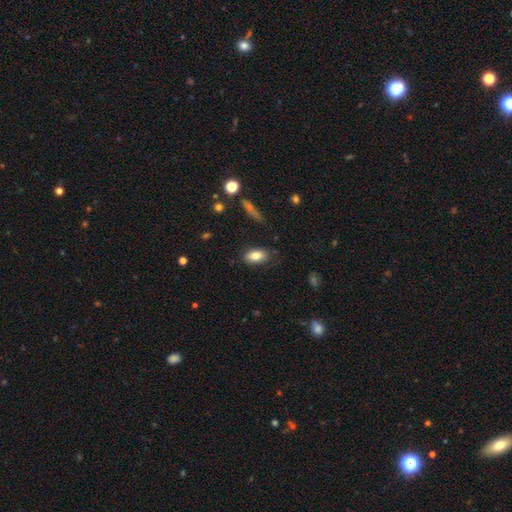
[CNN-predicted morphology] Smooth or featured?
  - smooth: 80% *
  - featured or disk: 13%
  - star or artifact: 8%
How rounded?
  - in between: 89% *
  - cigar-shaped: 6%
  - round: 5%
Merging?
  - none: 80% *
  - minor disturbance: 15%
  - major disturbance: 4%
  - merger: 2%